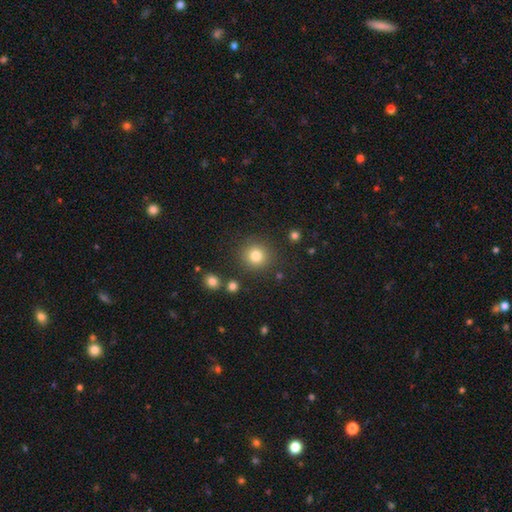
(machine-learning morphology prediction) A smooth galaxy with no disk features (82%) that is round (92%). Merging: none (86%).